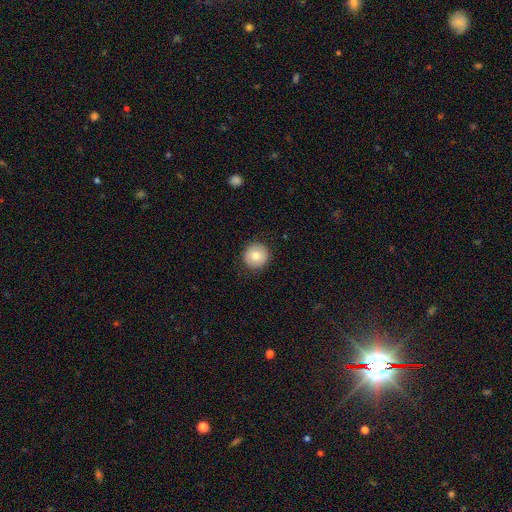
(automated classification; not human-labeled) smooth-or-featured: smooth: 78% | featured or disk: 14% | star or artifact: 8%
  how-rounded: round: 95% | in between: 4% | cigar-shaped: 1%
  merging: none: 91% | minor disturbance: 7% | major disturbance: 2% | merger: 1%